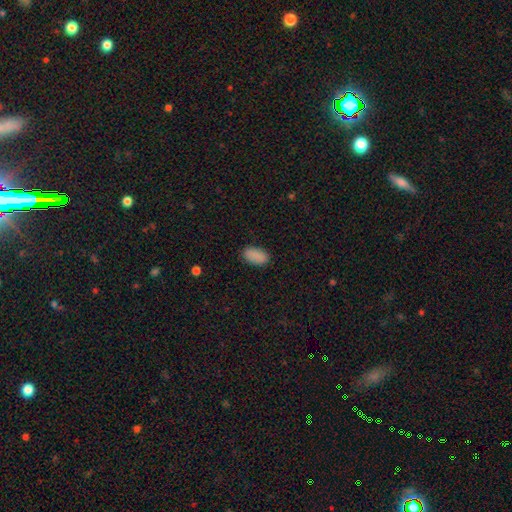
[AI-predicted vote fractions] This appears to be a smooth galaxy with no disk features (89%) that is in between round and cigar-shaped (94%). Merging: none (87%).